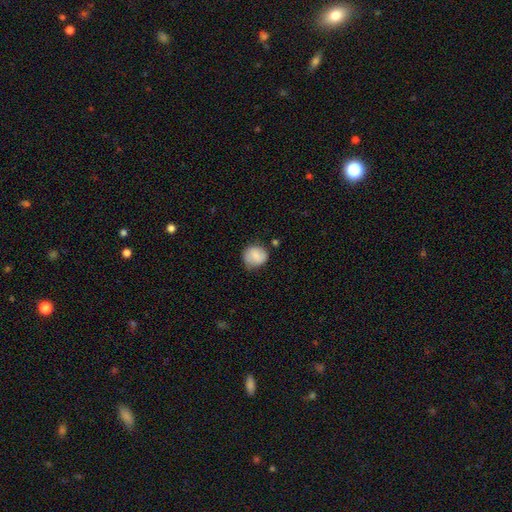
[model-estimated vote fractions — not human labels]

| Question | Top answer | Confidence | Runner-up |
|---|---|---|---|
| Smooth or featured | smooth | 75% | featured or disk (18%) |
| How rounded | round | 82% | in between (17%) |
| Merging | none | 68% | minor disturbance (23%) |